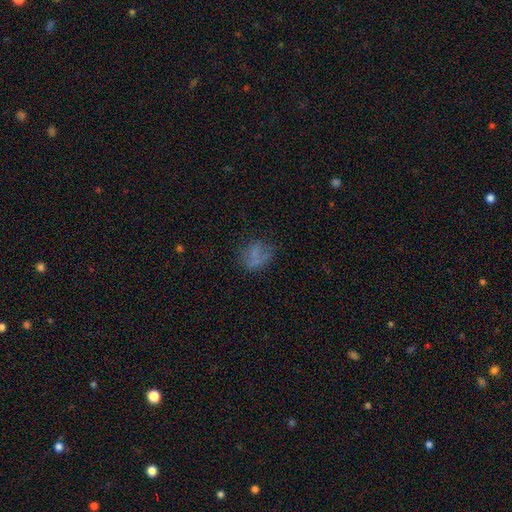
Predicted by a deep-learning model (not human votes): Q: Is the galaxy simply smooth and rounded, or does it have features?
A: smooth — 60%.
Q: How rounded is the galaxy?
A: round — 52%.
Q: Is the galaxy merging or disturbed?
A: none — 55%.